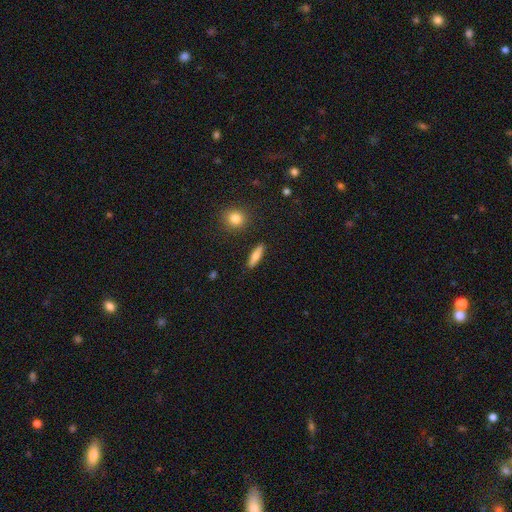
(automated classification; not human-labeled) A smooth galaxy with no disk features (72%) that is cigar-shaped (71%).

Vote fractions:
- Smooth or featured? smooth: 72% / featured or disk: 21% / star or artifact: 7%
- How rounded? cigar-shaped: 71% / in between: 26% / round: 3%
- Merging? none: 90% / minor disturbance: 7% / major disturbance: 2% / merger: 2%